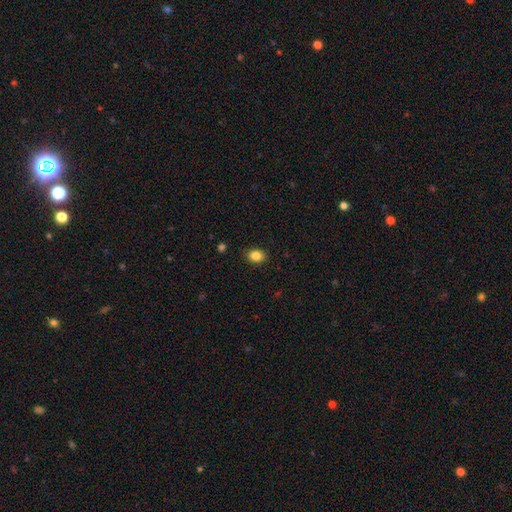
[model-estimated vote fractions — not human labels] A smooth galaxy with no disk features (85%) that is in between round and cigar-shaped (58%).

Vote fractions:
- Smooth or featured? smooth: 85% / star or artifact: 10% / featured or disk: 5%
- How rounded? in between: 58% / round: 41% / cigar-shaped: 1%
- Merging? none: 87% / minor disturbance: 9% / major disturbance: 2% / merger: 1%